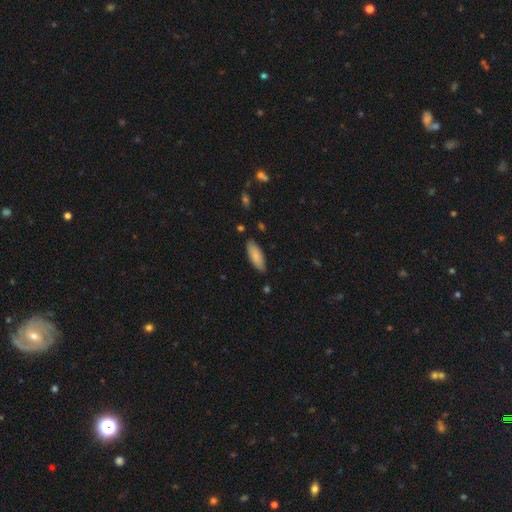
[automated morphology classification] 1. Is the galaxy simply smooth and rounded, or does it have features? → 86% smooth, 9% featured or disk, 6% star or artifact.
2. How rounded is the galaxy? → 70% in between, 28% cigar-shaped, 1% round.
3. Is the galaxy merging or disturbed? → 84% none, 12% minor disturbance, 2% major disturbance, 2% merger.